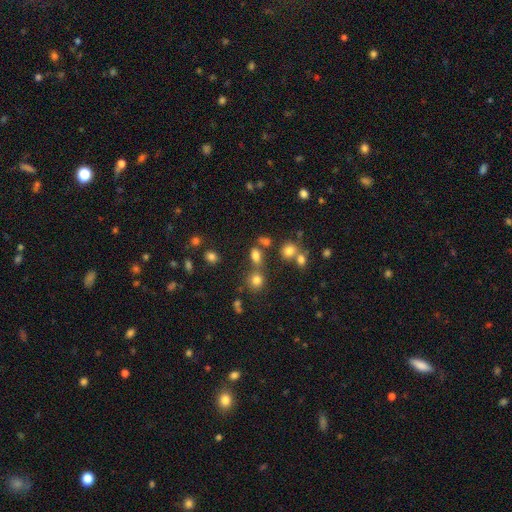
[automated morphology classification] Overall: smooth (74%). How rounded: in between (71%). Merging: none (60%; merger 22%).